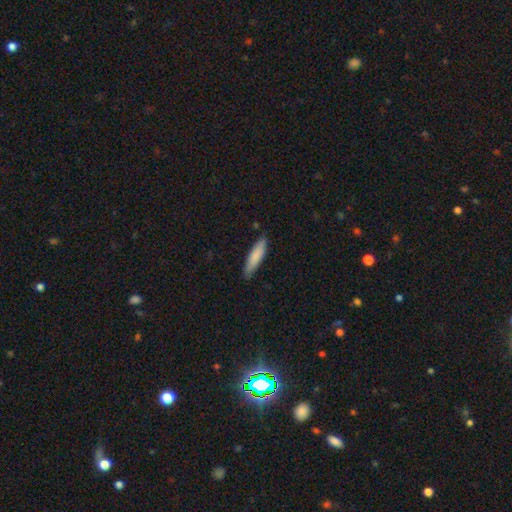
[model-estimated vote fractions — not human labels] This is clearly a smooth galaxy (81%). How rounded: likely cigar-shaped (79%). Merging: clearly none (84%).